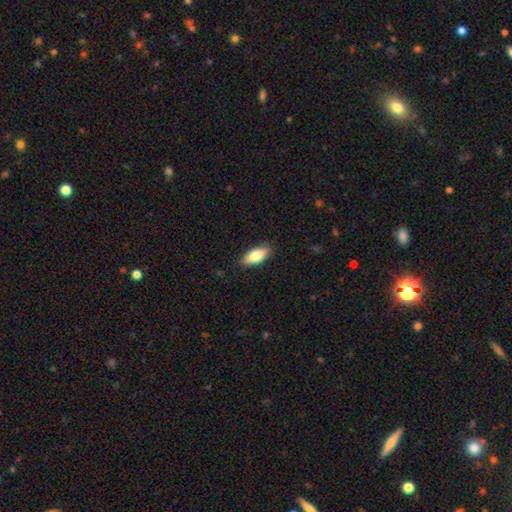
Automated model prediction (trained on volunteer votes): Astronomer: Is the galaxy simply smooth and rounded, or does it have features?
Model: smooth — 79%.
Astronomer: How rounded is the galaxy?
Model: in between — 85%.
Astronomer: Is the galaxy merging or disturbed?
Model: none — 87%.